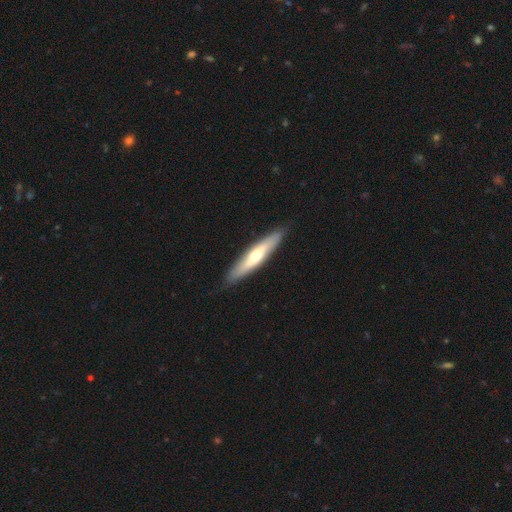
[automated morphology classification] Q: Smooth or featured?
A: featured or disk (51%); runner-up: smooth (44%)
Q: Edge-on disk?
A: yes (84%); runner-up: no (16%)
Q: Merging?
A: none (89%); runner-up: minor disturbance (8%)